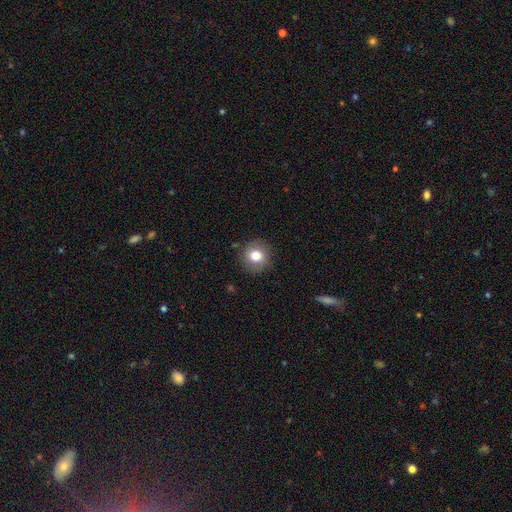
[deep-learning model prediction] smooth-or-featured: smooth: 79% | featured or disk: 11% | star or artifact: 11%
  how-rounded: round: 89% | in between: 10% | cigar-shaped: 1%
  merging: none: 88% | minor disturbance: 9% | major disturbance: 3% | merger: 1%